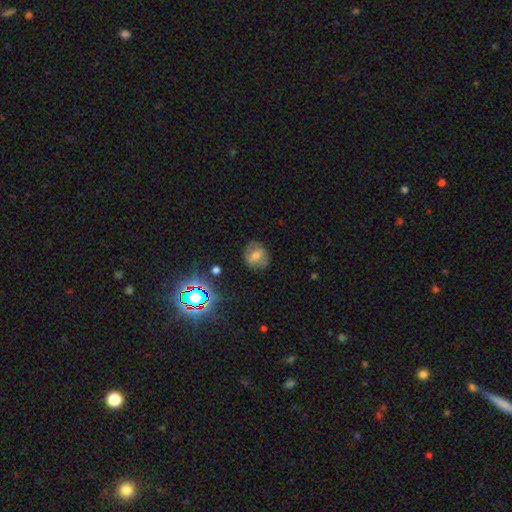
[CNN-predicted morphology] A smooth galaxy with no disk features (58%) that is round (66%). Merging: none (76%).